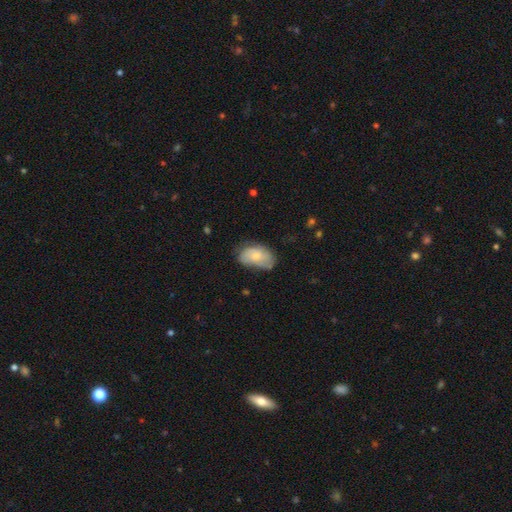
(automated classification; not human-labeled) Smooth or featured? Predicted: smooth (p=0.63). How rounded? Predicted: in between (p=0.91). Merging? Predicted: none (p=0.52).